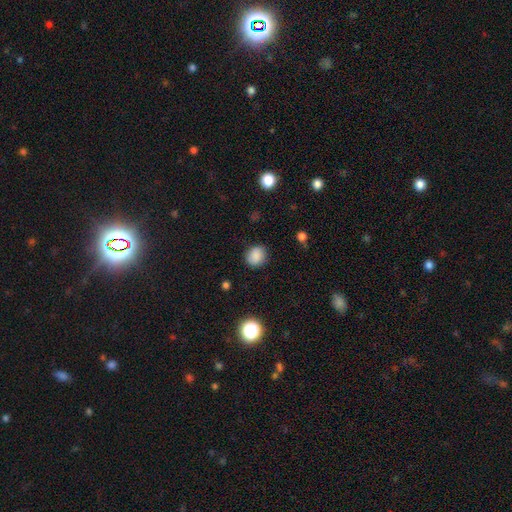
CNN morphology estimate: This appears to be a smooth galaxy with no disk features (85%) that is round (73%). Merging: none (84%).